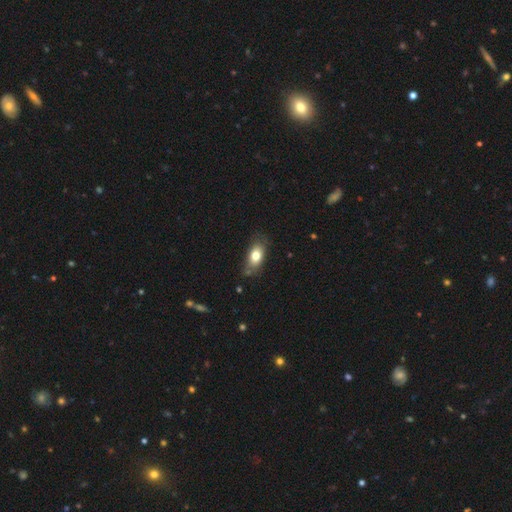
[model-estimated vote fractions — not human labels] Smooth or featured?
  - smooth: 76% *
  - featured or disk: 17%
  - star or artifact: 8%
How rounded?
  - in between: 86% *
  - round: 9%
  - cigar-shaped: 5%
Merging?
  - none: 67% *
  - minor disturbance: 24%
  - major disturbance: 6%
  - merger: 4%